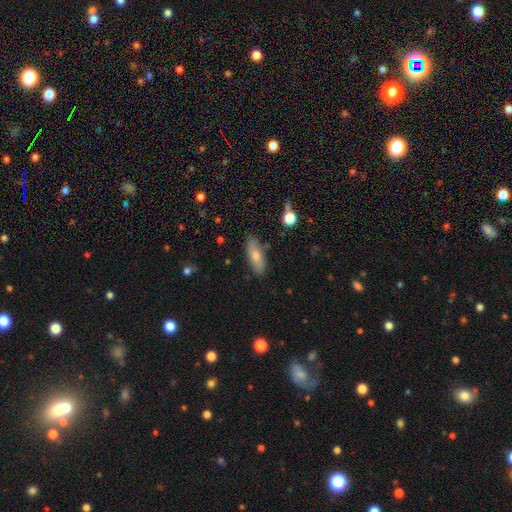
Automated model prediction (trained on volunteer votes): smooth-or-featured: smooth: 63% | featured or disk: 28% | star or artifact: 8%
  how-rounded: in between: 59% | cigar-shaped: 38% | round: 3%
  merging: none: 86% | minor disturbance: 11% | major disturbance: 2% | merger: 2%